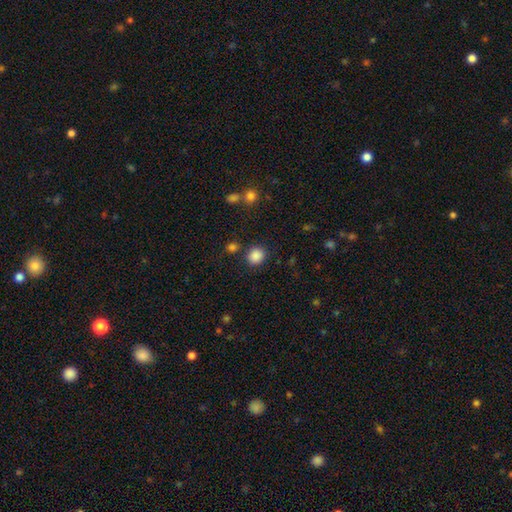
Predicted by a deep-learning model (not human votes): The model was most divided on "how rounded": round: 77%, in between: 22%, cigar-shaped: 1%. More confident: smooth or featured — smooth (86%); merging — none (82%).